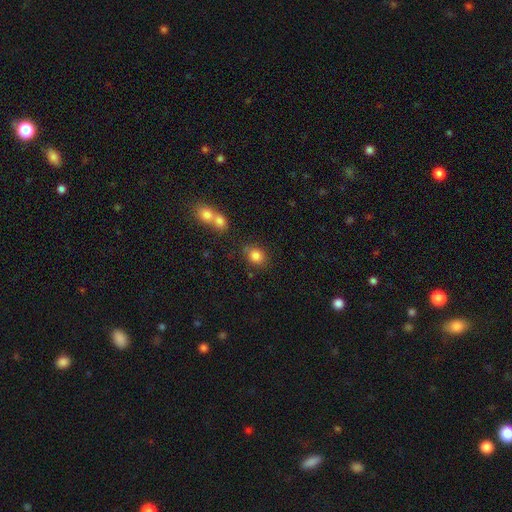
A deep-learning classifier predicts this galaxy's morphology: smooth-or-featured: smooth: 83% | star or artifact: 10% | featured or disk: 6%
  how-rounded: round: 61% | in between: 38% | cigar-shaped: 1%
  merging: none: 70% | minor disturbance: 15% | merger: 10% | major disturbance: 4%